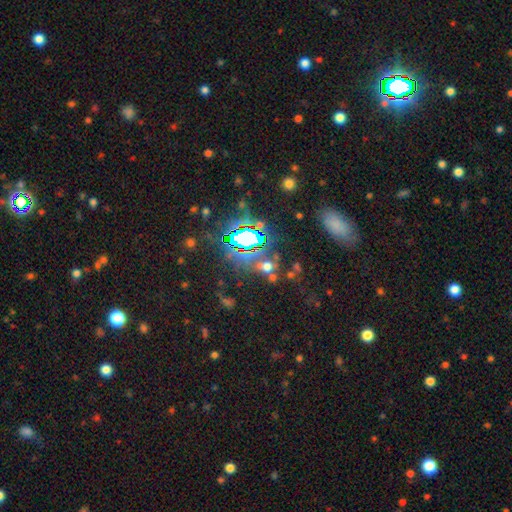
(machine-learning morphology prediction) A star or artifact, not a galaxy (78%).

Vote fractions:
- Smooth or featured? star or artifact: 78% / smooth: 14% / featured or disk: 8%